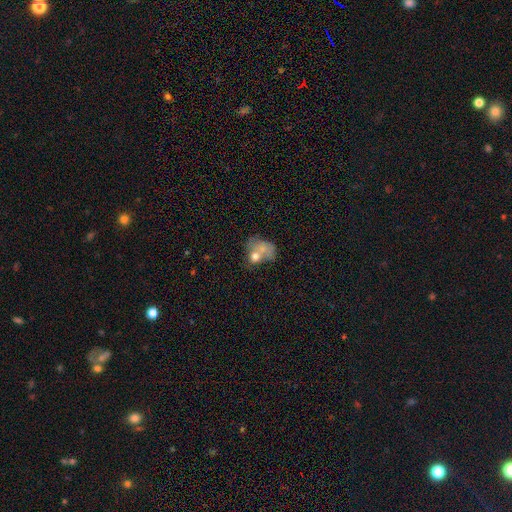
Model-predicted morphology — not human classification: Overall: smooth (52%; featured or disk 33%). How rounded: in between (52%; round 46%). Merging: merger (44%; none 28%).